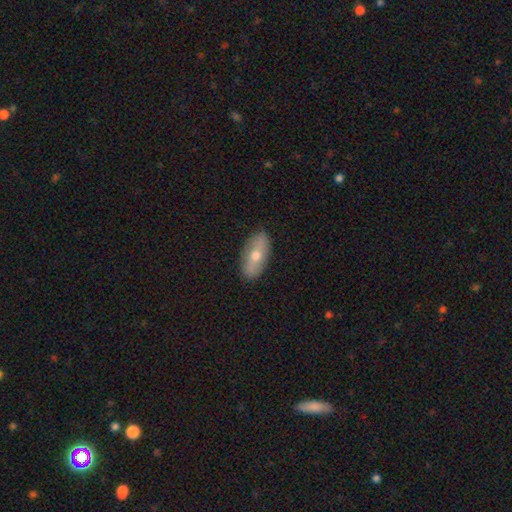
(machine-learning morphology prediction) type=smooth (53%); roundness=in between (83%); merging=none (87%).